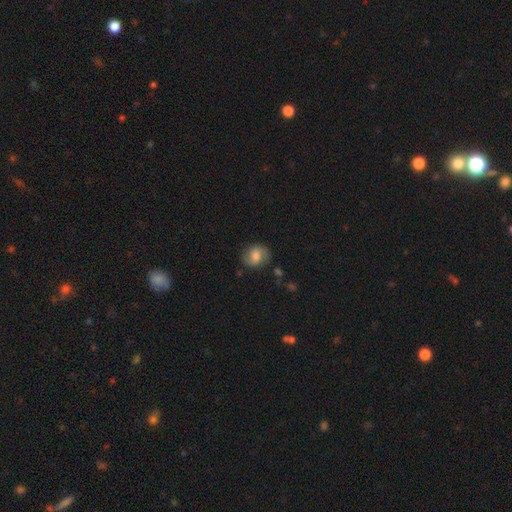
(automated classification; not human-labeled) The model was most divided on "how rounded": round: 62%, in between: 37%, cigar-shaped: 1%. More confident: merging — none (73%); smooth or featured — smooth (61%).